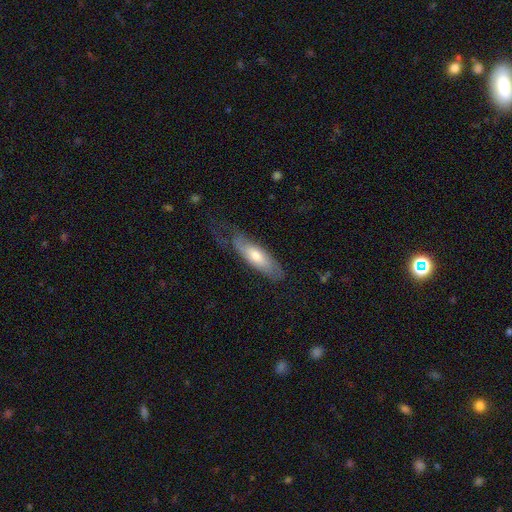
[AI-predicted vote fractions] smooth_or_featured: smooth (p=0.52) [alt: featured or disk p=0.42]
how_rounded: in between (p=0.50) [alt: cigar-shaped p=0.48]
merging: none (p=0.50) [alt: minor disturbance p=0.28]